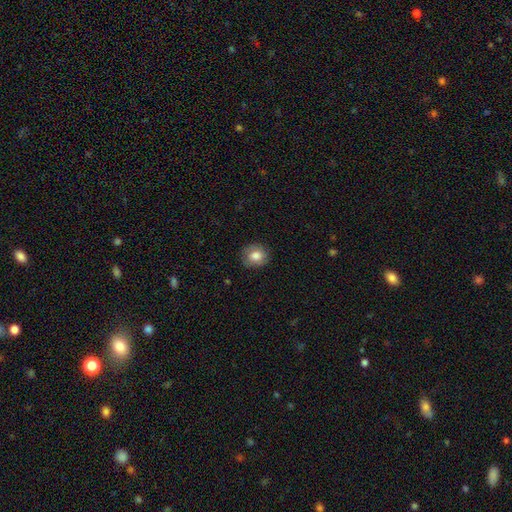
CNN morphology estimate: smooth 79%, featured or disk 13%, star or artifact 9%. Down the decision tree: how rounded — round (78%); merging — none (83%).